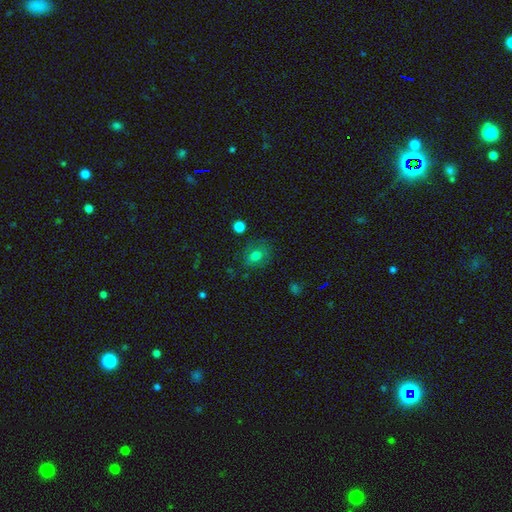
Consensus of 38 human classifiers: A smooth galaxy with no disk features (66%) that is in between round and cigar-shaped (52%). Merging: none (68%).